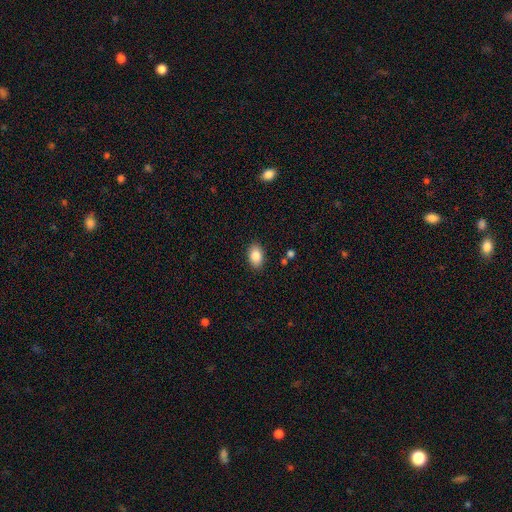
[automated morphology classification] A smooth galaxy with no disk features (87%) that is in between round and cigar-shaped (87%).

Vote fractions:
- Smooth or featured? smooth: 87% / star or artifact: 8% / featured or disk: 6%
- How rounded? in between: 87% / round: 12% / cigar-shaped: 1%
- Merging? none: 87% / minor disturbance: 9% / major disturbance: 2% / merger: 2%